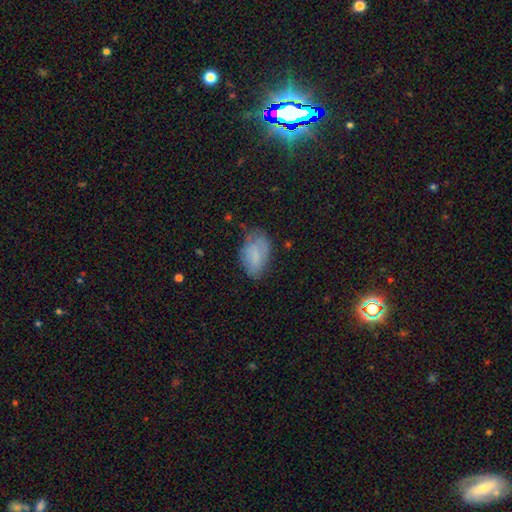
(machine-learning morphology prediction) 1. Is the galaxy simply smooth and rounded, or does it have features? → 73% smooth, 18% featured or disk, 9% star or artifact.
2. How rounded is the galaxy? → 92% in between, 6% round, 2% cigar-shaped.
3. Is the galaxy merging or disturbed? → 58% none, 30% minor disturbance, 10% major disturbance, 2% merger.